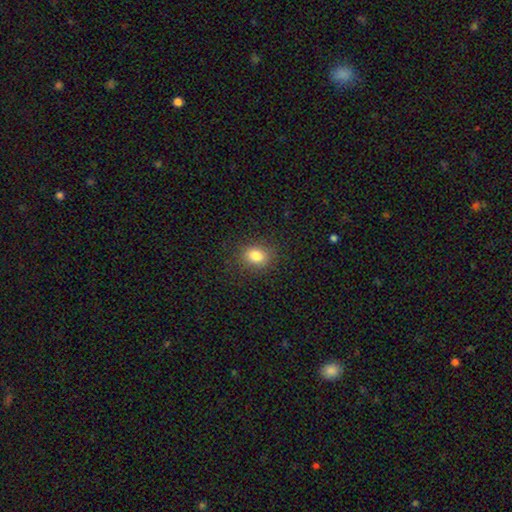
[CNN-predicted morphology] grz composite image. It shows a smooth galaxy with no disk features (82%) that is round (53%). Merging: none (86%).